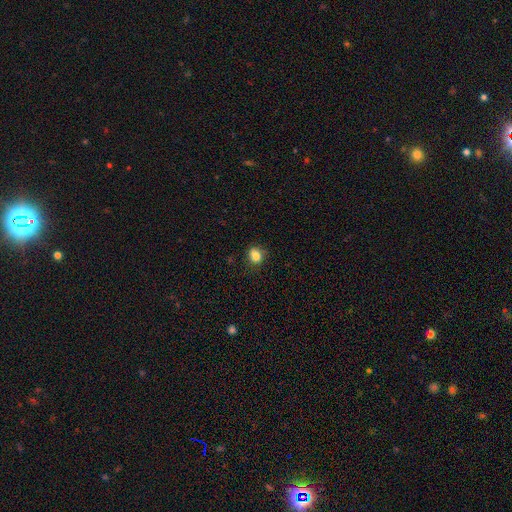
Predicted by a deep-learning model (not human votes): Smooth or featured?
  - smooth: 84% *
  - star or artifact: 10%
  - featured or disk: 6%
How rounded?
  - round: 62% *
  - in between: 37%
  - cigar-shaped: 1%
Merging?
  - none: 76% *
  - minor disturbance: 18%
  - major disturbance: 4%
  - merger: 1%